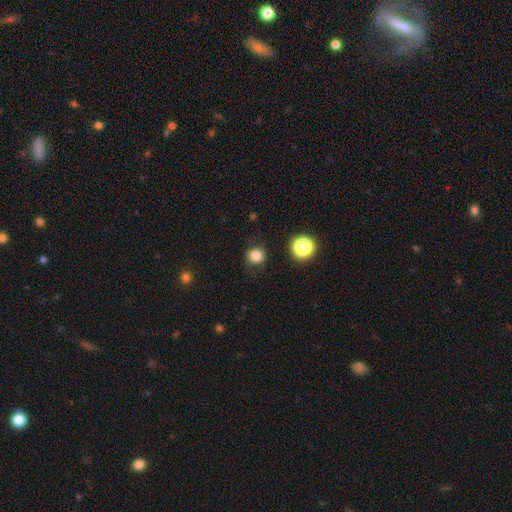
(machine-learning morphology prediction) smooth 82%, star or artifact 13%, featured or disk 5%. Down the decision tree: how rounded — round (88%); merging — none (82%).